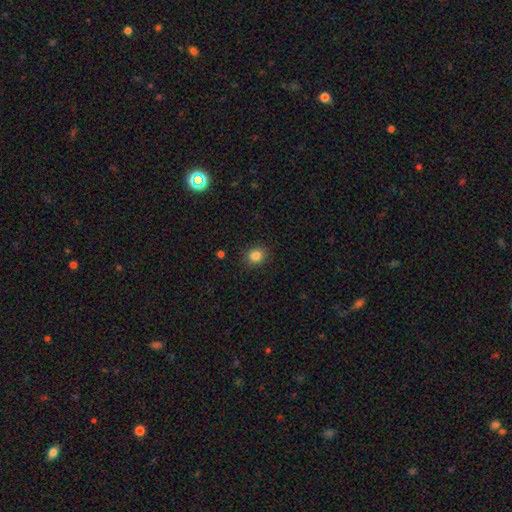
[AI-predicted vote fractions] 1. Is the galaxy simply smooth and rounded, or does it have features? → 85% smooth, 11% star or artifact, 4% featured or disk.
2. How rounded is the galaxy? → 78% round, 21% in between, 1% cigar-shaped.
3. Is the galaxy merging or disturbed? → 89% none, 8% minor disturbance, 2% major disturbance, 1% merger.